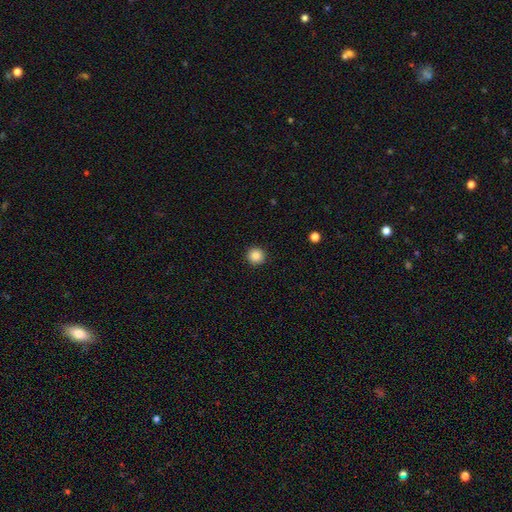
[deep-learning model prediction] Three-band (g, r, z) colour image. It shows a smooth galaxy with no disk features (86%) that is round (96%). Merging: none (93%).